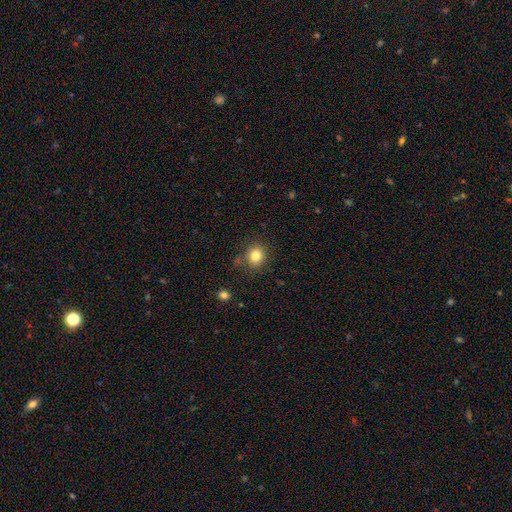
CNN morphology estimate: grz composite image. It shows a smooth galaxy with no disk features (82%) that is round (78%). Merging: none (82%).